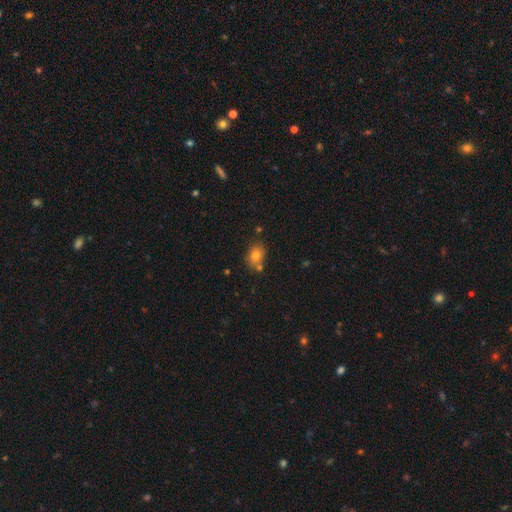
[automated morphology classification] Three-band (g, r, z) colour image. It shows a smooth galaxy with no disk features (77%) that is in between round and cigar-shaped (56%). Merging: none (70%).